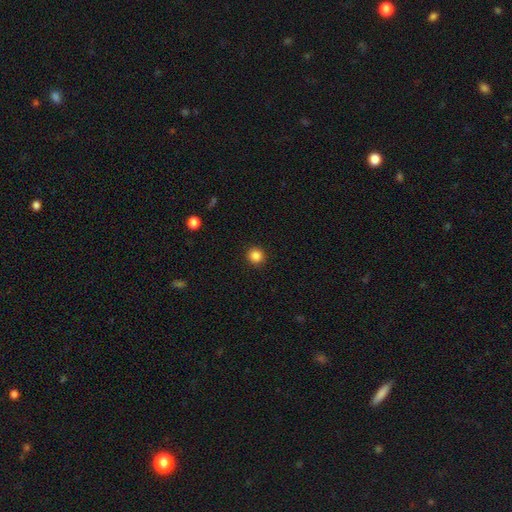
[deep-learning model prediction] Q: Smooth or featured?
A: smooth (86%); runner-up: star or artifact (11%)
Q: How rounded?
A: round (93%); runner-up: in between (6%)
Q: Merging?
A: none (92%); runner-up: minor disturbance (5%)